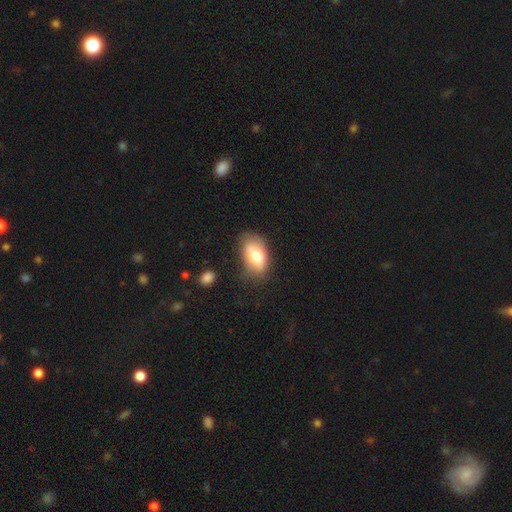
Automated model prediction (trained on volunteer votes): smooth-or-featured: smooth: 77% | featured or disk: 16% | star or artifact: 7%
  how-rounded: in between: 92% | round: 5% | cigar-shaped: 3%
  merging: none: 59% | minor disturbance: 28% | major disturbance: 9% | merger: 3%